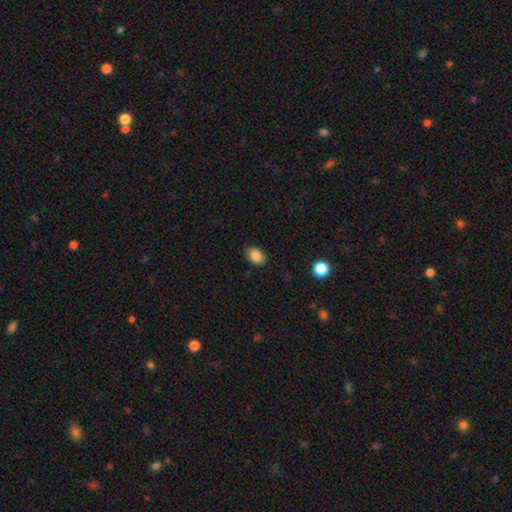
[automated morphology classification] smooth 87%, star or artifact 8%, featured or disk 4%. Down the decision tree: how rounded — in between (87%); merging — none (87%).